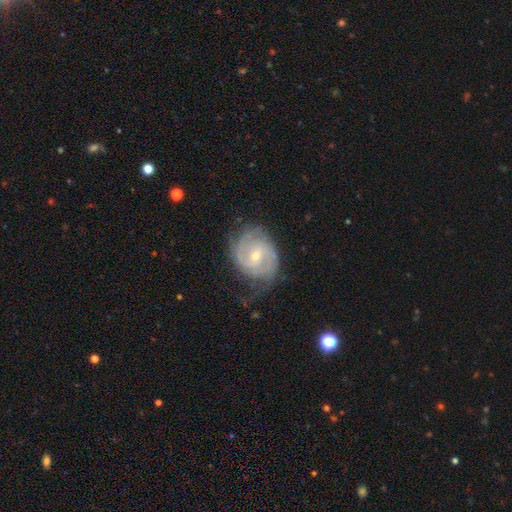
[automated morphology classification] smooth-or-featured: featured or disk: 81% | smooth: 14% | star or artifact: 6%
  disk-edge-on: no: 98% | yes: 2%
    bar: weak: 54% | no: 34% | strong: 12%
    has-spiral-arms: yes: 93% | no: 7%
      spiral-winding: tight: 46% | medium: 40% | loose: 13%
      spiral-arm-count: 2: 61% | can't tell: 21% | 3: 9% | 1: 3% | 4: 3% | more than 4: 2%
    bulge-size: small: 62% | moderate: 35% | none: 1% | large: 1% | dominant: 1%
  merging: none: 60% | minor disturbance: 26% | major disturbance: 13% | merger: 1%